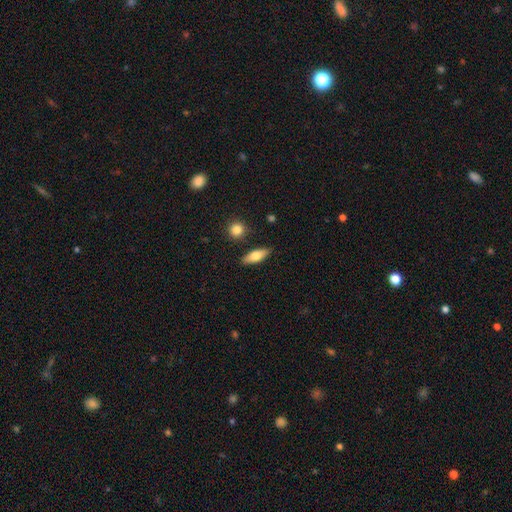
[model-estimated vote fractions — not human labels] smooth 70%, featured or disk 23%, star or artifact 6%. Down the decision tree: how rounded — in between (67%); merging — none (86%).